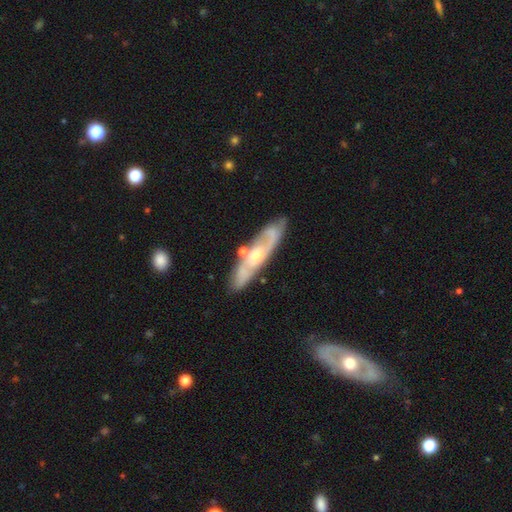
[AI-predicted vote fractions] Overall: featured or disk (75%). Edge-on disk: no (71%). Bar: no (64%; weak 30%). Spiral arms: yes (86%). Bulge size: moderate (53%; small 39%). Merging: none (72%).